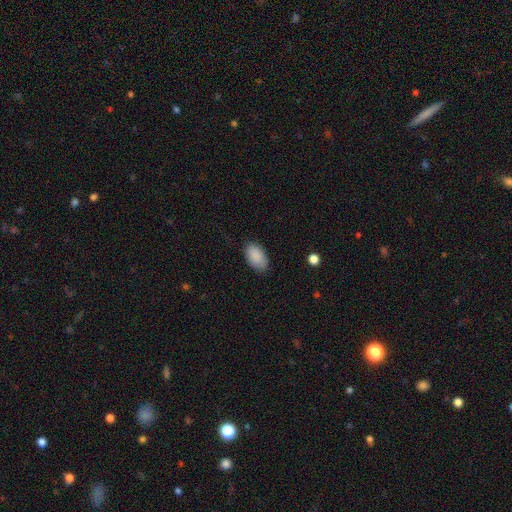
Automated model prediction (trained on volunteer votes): Smooth or featured? Predicted: smooth (p=0.89). How rounded? Predicted: in between (p=0.94). Merging? Predicted: none (p=0.83).